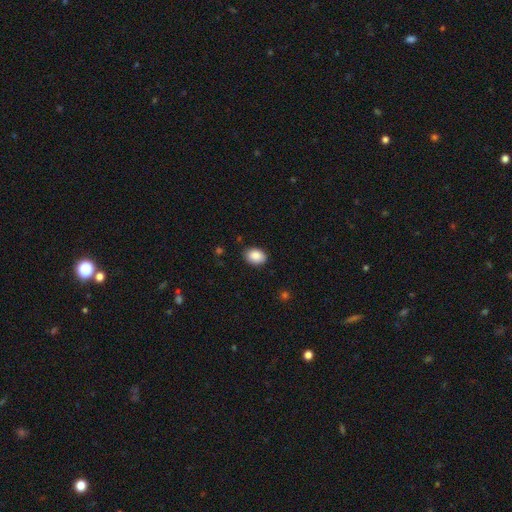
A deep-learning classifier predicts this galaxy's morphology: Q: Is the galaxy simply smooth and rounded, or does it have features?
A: smooth — 89%.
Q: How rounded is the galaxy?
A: in between — 79%.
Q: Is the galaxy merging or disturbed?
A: none — 87%.